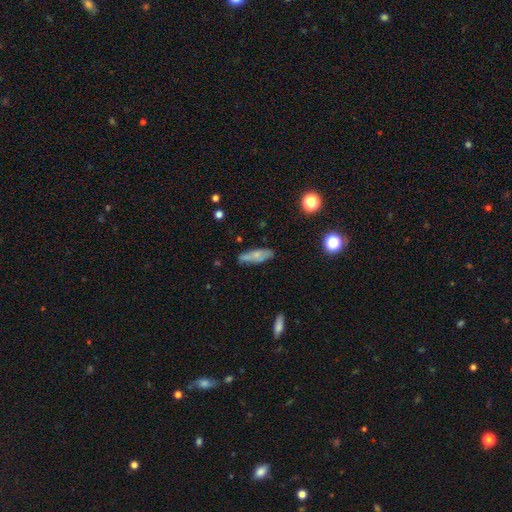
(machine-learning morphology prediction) smooth-or-featured: smooth: 62% | featured or disk: 30% | star or artifact: 8%
  how-rounded: cigar-shaped: 57% | in between: 41% | round: 3%
  merging: none: 77% | minor disturbance: 17% | major disturbance: 3% | merger: 2%